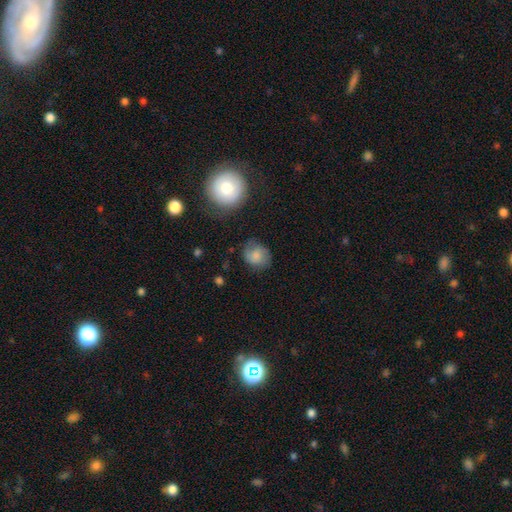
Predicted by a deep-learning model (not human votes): This is likely a smooth galaxy (62%). How rounded: likely round (71%). Merging: likely none (67%).